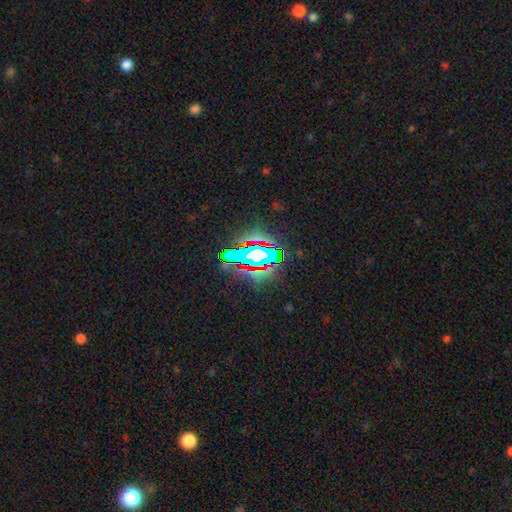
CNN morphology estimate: A star or artifact, not a galaxy (81%).